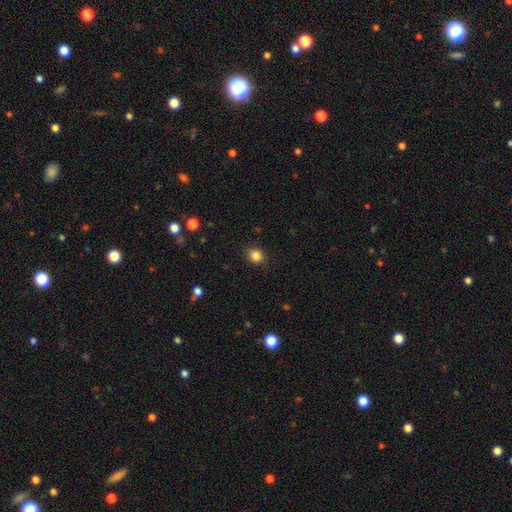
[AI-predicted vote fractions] This is clearly a smooth galaxy (85%). How rounded: likely round (76%). Merging: clearly none (90%).